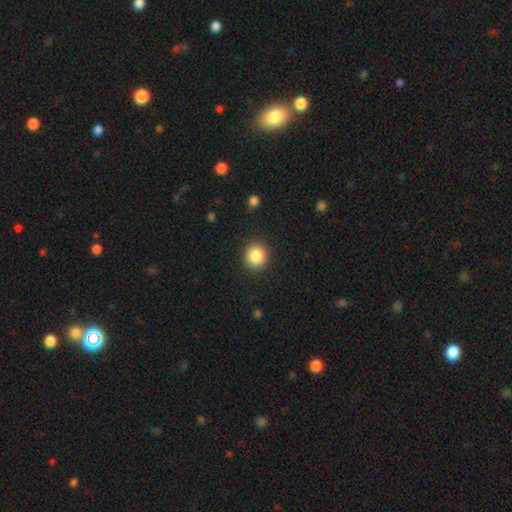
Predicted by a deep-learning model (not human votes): Smooth or featured? smooth (86%)
How rounded? round (90%)
Merging? none (90%)